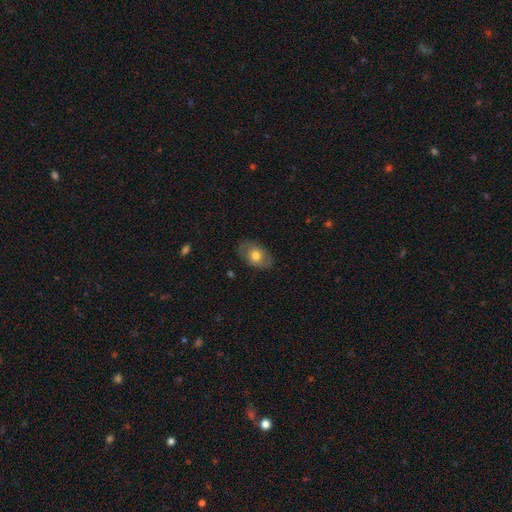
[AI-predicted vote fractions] The model was most divided on "smooth or featured": smooth: 64%, featured or disk: 29%, star or artifact: 7%. More confident: how rounded — in between (85%); merging — none (81%).